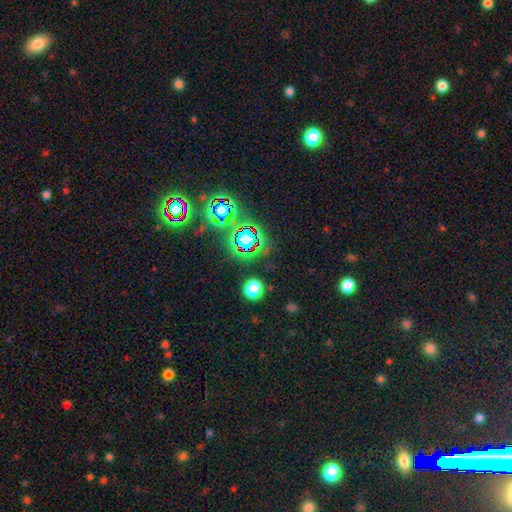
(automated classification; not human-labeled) Smooth or featured?
  - star or artifact: 71% *
  - smooth: 20%
  - featured or disk: 9%